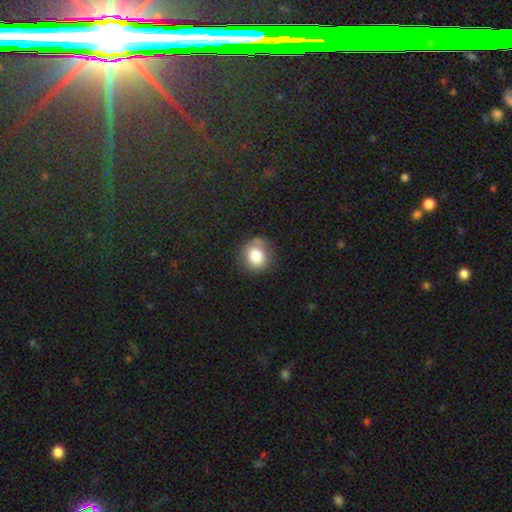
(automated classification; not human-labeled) Morphology: type=smooth (81%); roundness=round (86%); merging=none (71%).